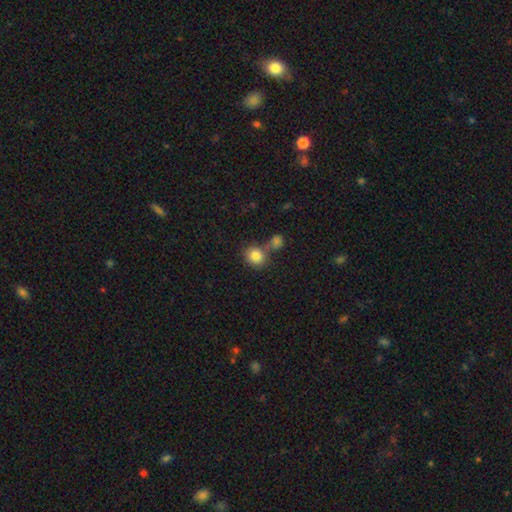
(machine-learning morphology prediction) A smooth galaxy with no disk features (82%) that is round (73%). Merging: none (57%).